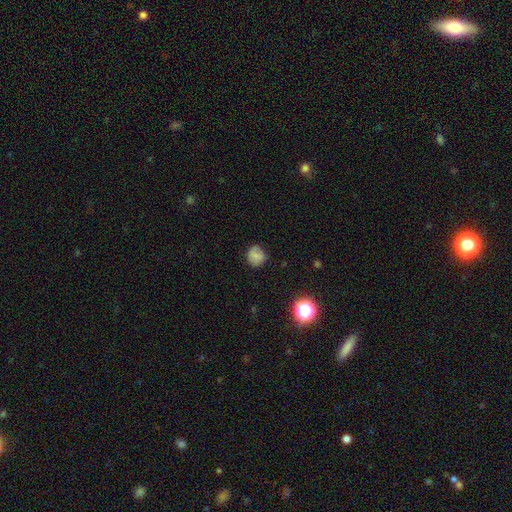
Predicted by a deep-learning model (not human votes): Overall: smooth (76%). How rounded: round (83%). Merging: none (78%).